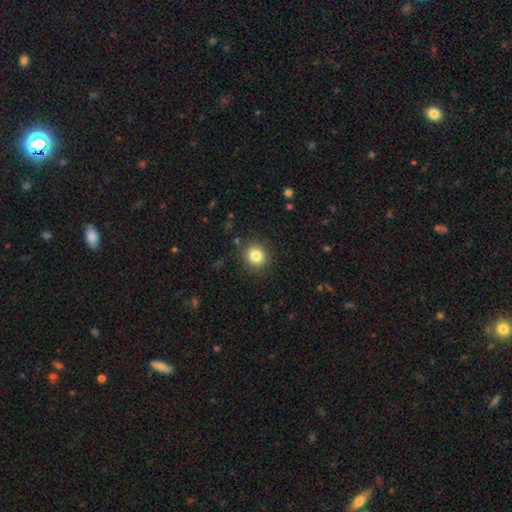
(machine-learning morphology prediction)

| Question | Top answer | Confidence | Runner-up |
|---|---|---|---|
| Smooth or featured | smooth | 83% | star or artifact (11%) |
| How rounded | round | 88% | in between (11%) |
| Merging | none | 88% | minor disturbance (8%) |